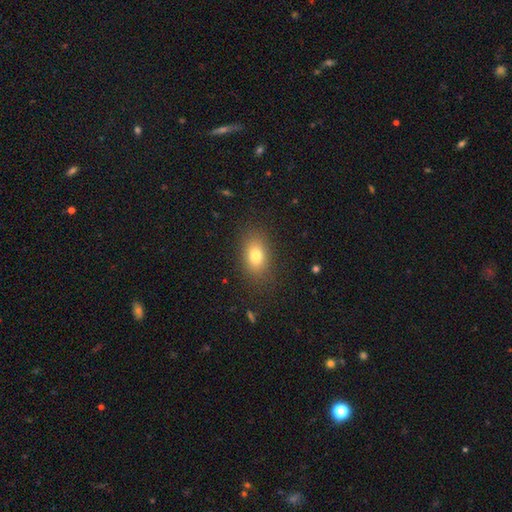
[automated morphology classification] smooth_or_featured: smooth (p=0.78) [alt: featured or disk p=0.11]
how_rounded: in between (p=0.81) [alt: round p=0.17]
merging: none (p=0.85) [alt: minor disturbance p=0.10]